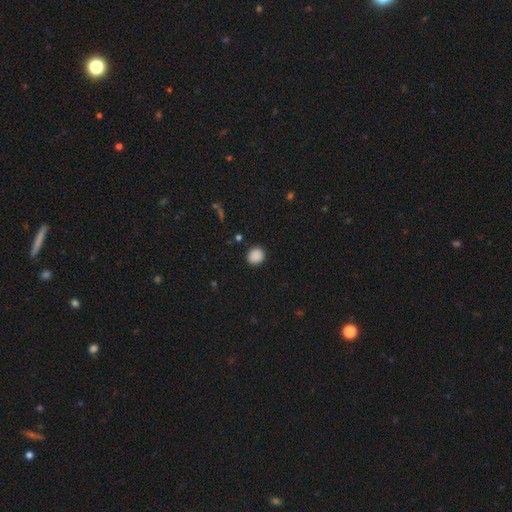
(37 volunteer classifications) Q: Smooth or featured?
A: smooth (92%); runner-up: star or artifact (8%)
Q: How rounded?
A: round (82%); runner-up: in between (18%)
Q: Merging?
A: none (91%); runner-up: minor disturbance (9%)